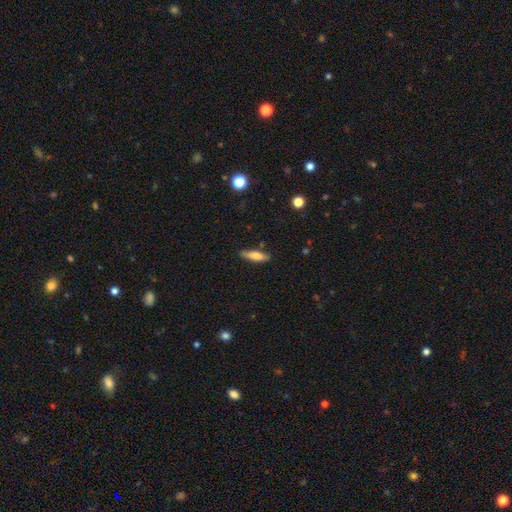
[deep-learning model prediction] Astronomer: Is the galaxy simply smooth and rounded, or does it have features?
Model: smooth — 75%.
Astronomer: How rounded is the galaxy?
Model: cigar-shaped — 60% (runner-up: in between, 39%).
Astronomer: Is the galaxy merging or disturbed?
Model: none — 80%.